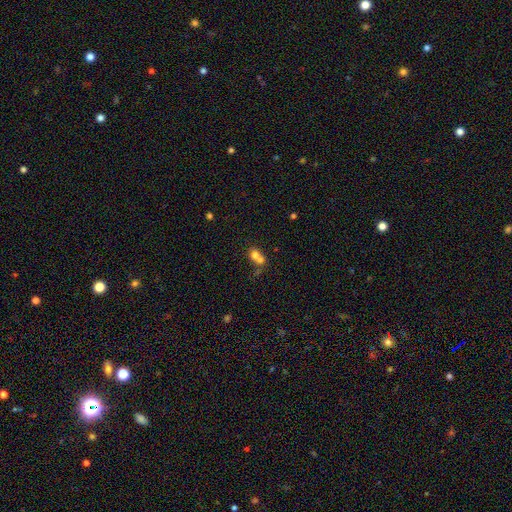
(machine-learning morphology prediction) Smooth or featured?
  - smooth: 70% *
  - featured or disk: 17%
  - star or artifact: 13%
How rounded?
  - round: 72% *
  - in between: 27%
  - cigar-shaped: 1%
Merging?
  - merger: 64% *
  - none: 27%
  - minor disturbance: 6%
  - major disturbance: 4%